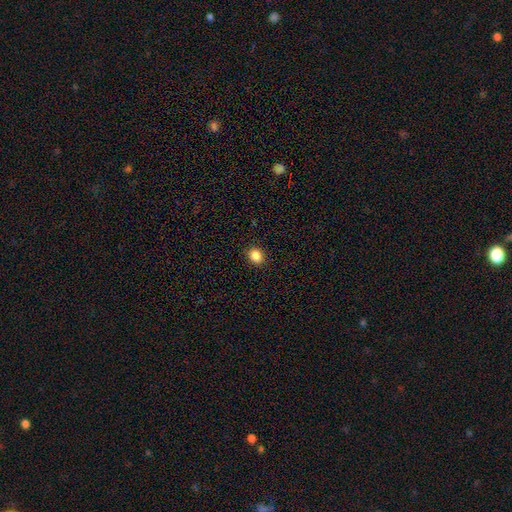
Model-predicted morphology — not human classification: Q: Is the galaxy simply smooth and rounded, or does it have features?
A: smooth — 86%.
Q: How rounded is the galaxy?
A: round — 68%.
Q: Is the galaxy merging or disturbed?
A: none — 92%.